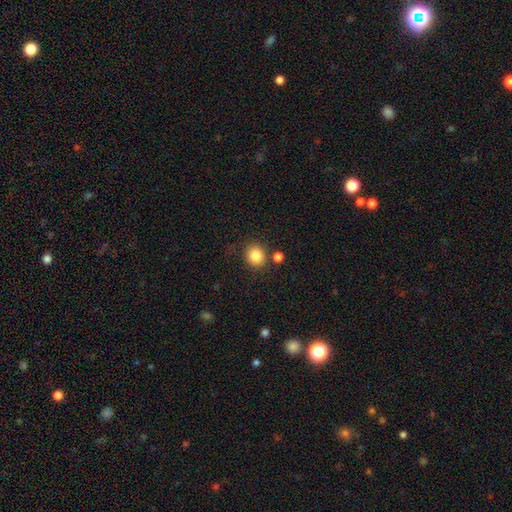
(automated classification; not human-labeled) Smooth or featured?
  - smooth: 85% *
  - star or artifact: 10%
  - featured or disk: 5%
How rounded?
  - round: 83% *
  - in between: 16%
  - cigar-shaped: 1%
Merging?
  - none: 79% *
  - minor disturbance: 10%
  - merger: 8%
  - major disturbance: 4%